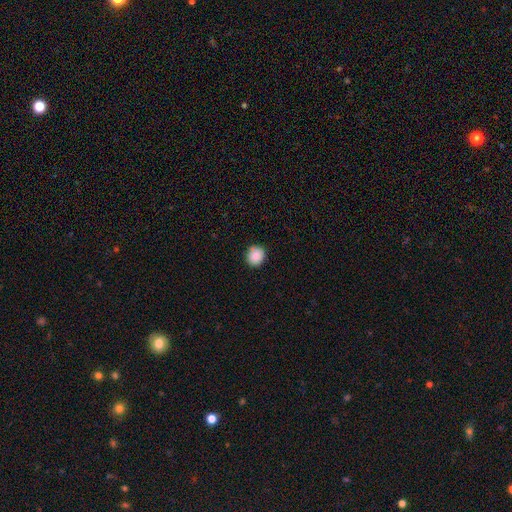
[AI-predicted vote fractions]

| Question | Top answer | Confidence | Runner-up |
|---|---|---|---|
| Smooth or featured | smooth | 88% | star or artifact (8%) |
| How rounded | round | 82% | in between (17%) |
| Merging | none | 89% | minor disturbance (8%) |